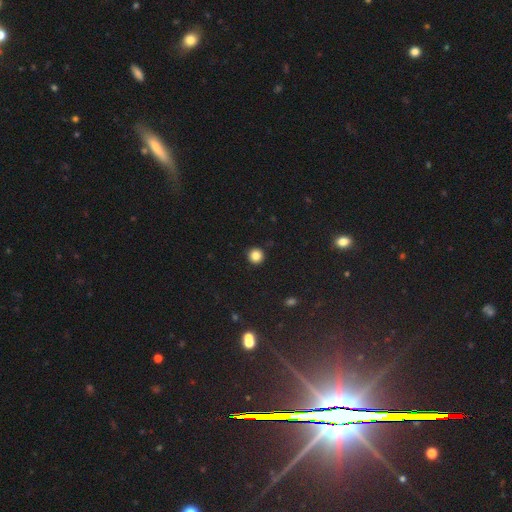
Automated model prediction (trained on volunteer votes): A smooth galaxy with no disk features (85%) that is round (96%).

Vote fractions:
- Smooth or featured? smooth: 85% / star or artifact: 11% / featured or disk: 4%
- How rounded? round: 96% / in between: 3% / cigar-shaped: 1%
- Merging? none: 93% / minor disturbance: 4% / major disturbance: 1% / merger: 1%